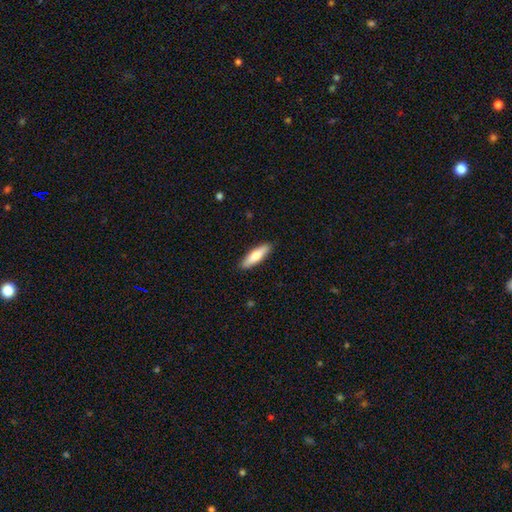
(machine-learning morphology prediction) Smooth or featured? Predicted: smooth (p=0.67). How rounded? Predicted: cigar-shaped (p=0.65). Merging? Predicted: none (p=0.89).